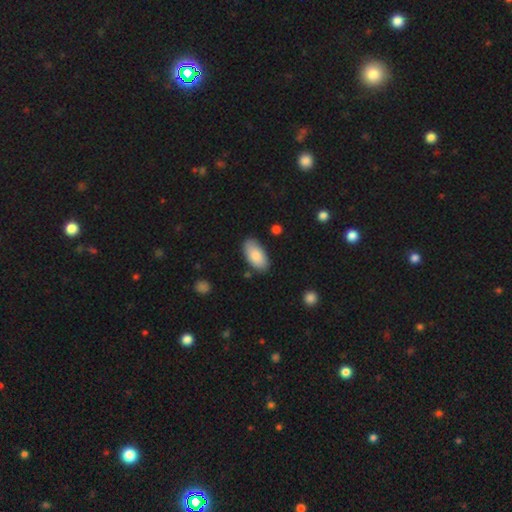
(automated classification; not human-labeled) Q: Smooth or featured?
A: smooth (85%); runner-up: featured or disk (9%)
Q: How rounded?
A: in between (94%); runner-up: cigar-shaped (3%)
Q: Merging?
A: none (82%); runner-up: minor disturbance (13%)